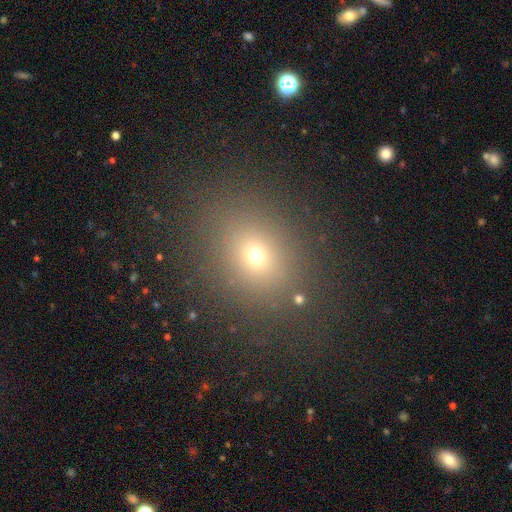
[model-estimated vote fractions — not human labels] A smooth galaxy with no disk features (65%) that is round (57%). Merging: none (83%).